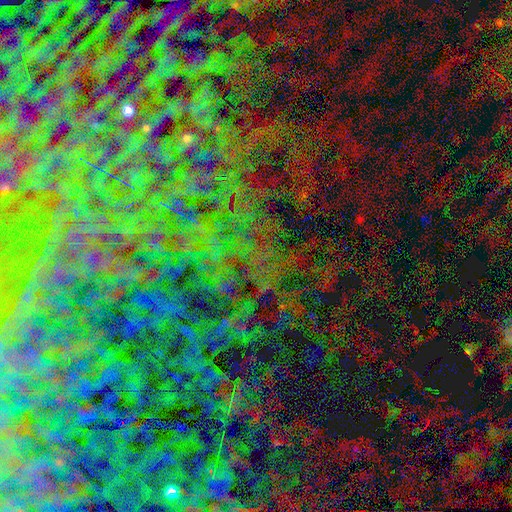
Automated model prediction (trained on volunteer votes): Overall: star or artifact (80%).